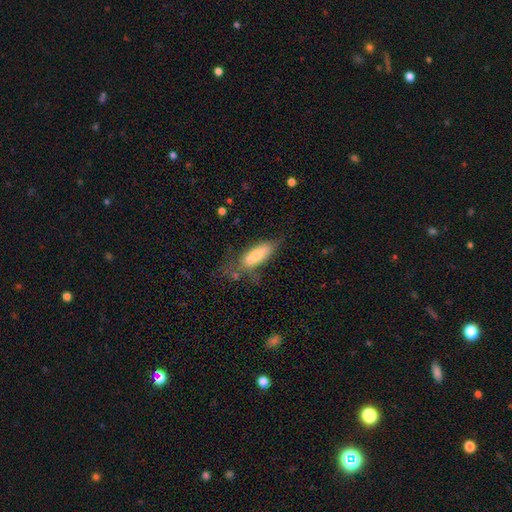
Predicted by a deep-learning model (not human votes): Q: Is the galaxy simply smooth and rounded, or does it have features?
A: smooth — 64%.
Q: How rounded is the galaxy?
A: in between — 69%.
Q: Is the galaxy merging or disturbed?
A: none — 33%.